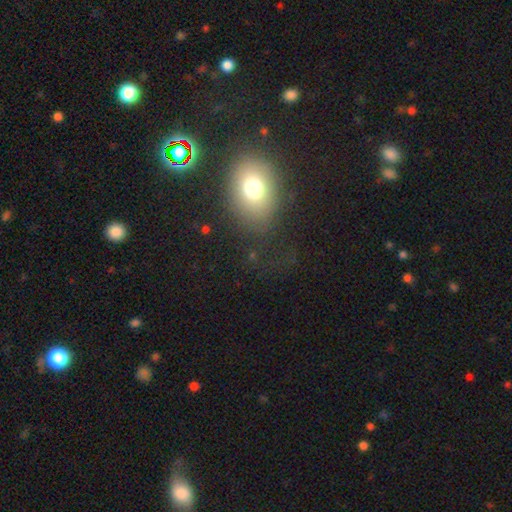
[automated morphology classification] This is likely a smooth galaxy (66%). How rounded: likely in between (66%). Merging: likely none (72%).